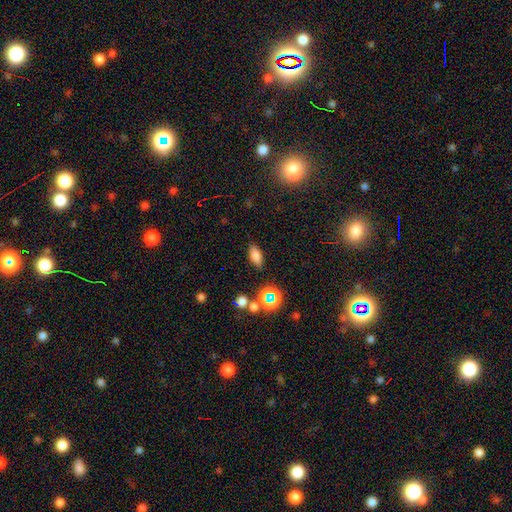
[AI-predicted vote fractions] Smooth or featured?
  - smooth: 77% *
  - star or artifact: 15%
  - featured or disk: 8%
How rounded?
  - in between: 84% *
  - cigar-shaped: 10%
  - round: 6%
Merging?
  - none: 84% *
  - minor disturbance: 10%
  - major disturbance: 3%
  - merger: 3%